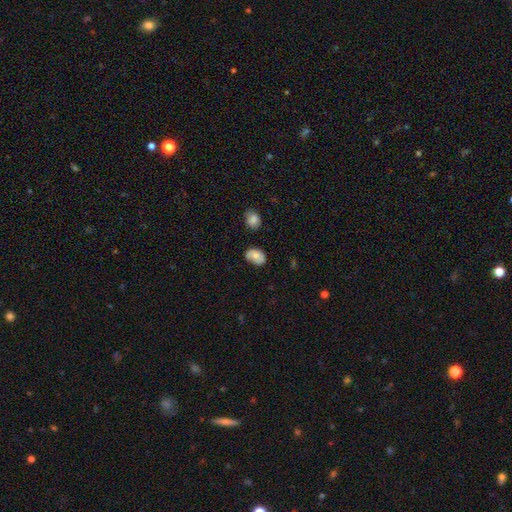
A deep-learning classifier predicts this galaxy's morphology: Smooth or featured?
  - smooth: 74% *
  - featured or disk: 18%
  - star or artifact: 8%
How rounded?
  - in between: 81% *
  - round: 18%
  - cigar-shaped: 1%
Merging?
  - none: 60% *
  - minor disturbance: 29%
  - major disturbance: 7%
  - merger: 4%